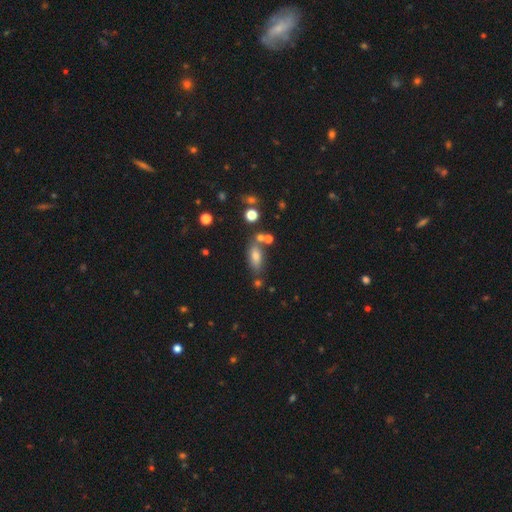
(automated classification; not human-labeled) Morphology: type=smooth (53%); roundness=in between (73%); merging=none (60%).